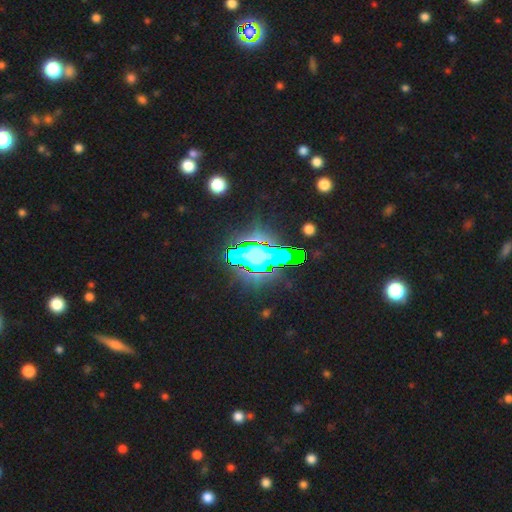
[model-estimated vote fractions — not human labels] A star or artifact, not a galaxy (60%).

Vote fractions:
- Smooth or featured? star or artifact: 60% / smooth: 21% / featured or disk: 20%